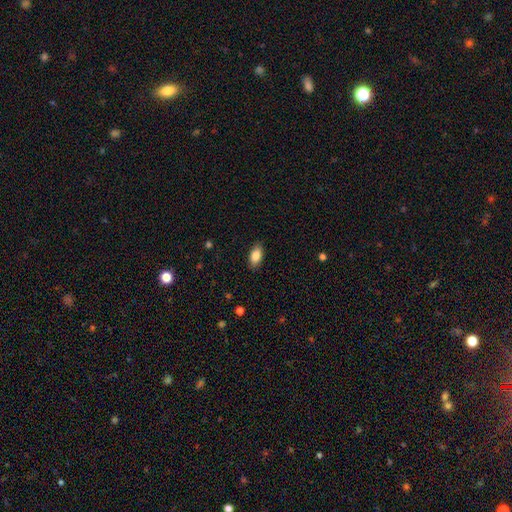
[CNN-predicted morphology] Smooth or featured?
  - smooth: 85% *
  - featured or disk: 8%
  - star or artifact: 7%
How rounded?
  - in between: 90% *
  - cigar-shaped: 6%
  - round: 4%
Merging?
  - none: 87% *
  - minor disturbance: 10%
  - major disturbance: 2%
  - merger: 1%